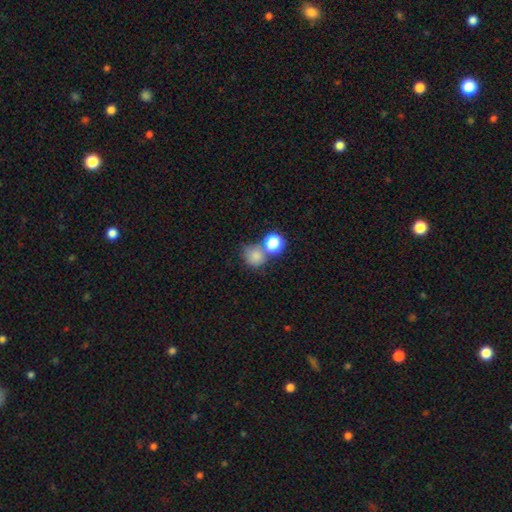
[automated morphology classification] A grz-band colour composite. It shows a smooth galaxy with no disk features (78%) that is round (82%). Merging: none (53%).